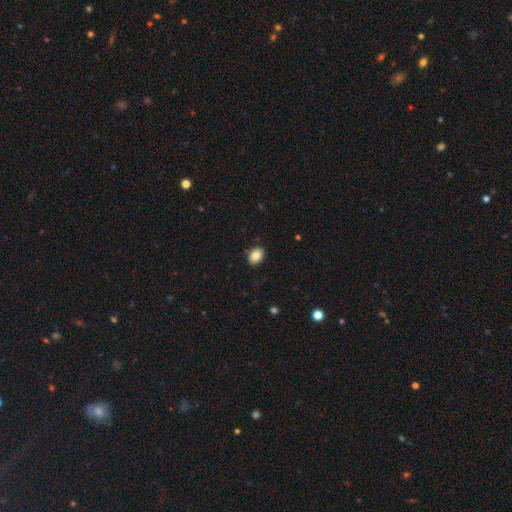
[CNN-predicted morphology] Smooth or featured: smooth — 83% (featured or disk — 9%)
How rounded: in between — 79% (round — 20%)
Merging: none — 88% (minor disturbance — 9%)